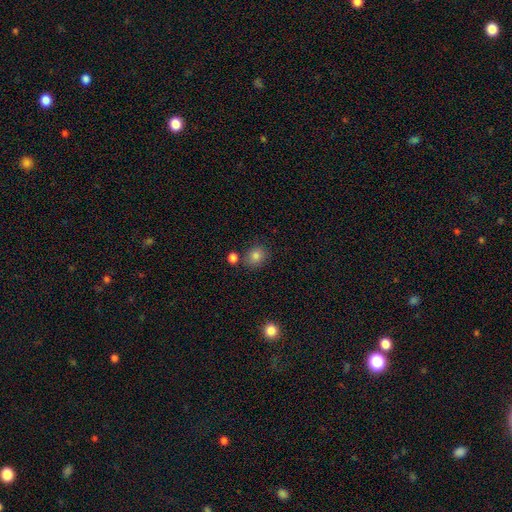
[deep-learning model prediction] Morphology: type=smooth (82%); roundness=round (68%); merging=none (75%).